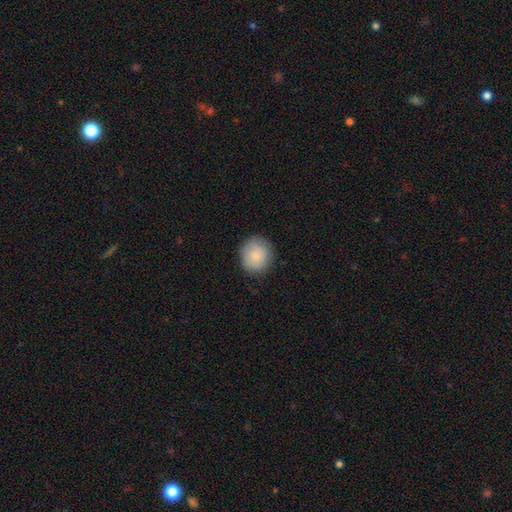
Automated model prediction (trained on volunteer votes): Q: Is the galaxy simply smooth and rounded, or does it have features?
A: smooth — 83%.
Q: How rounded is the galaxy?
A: round — 86%.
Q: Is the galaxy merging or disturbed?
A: none — 85%.